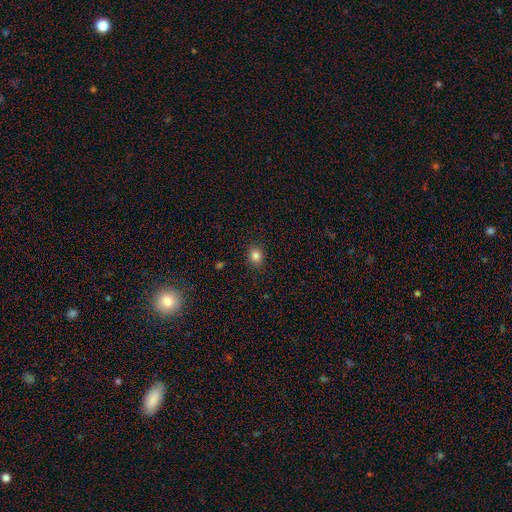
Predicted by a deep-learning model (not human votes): Smooth or featured: smooth — 84% (star or artifact — 12%)
How rounded: round — 57% (in between — 42%)
Merging: none — 88% (minor disturbance — 9%)